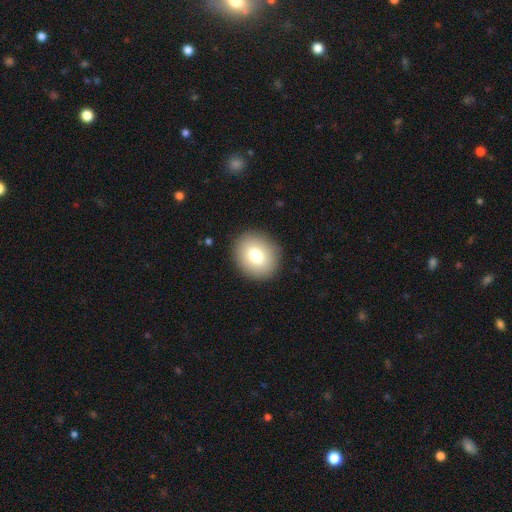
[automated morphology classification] A smooth galaxy with no disk features (77%) that is round (64%). Merging: none (89%).